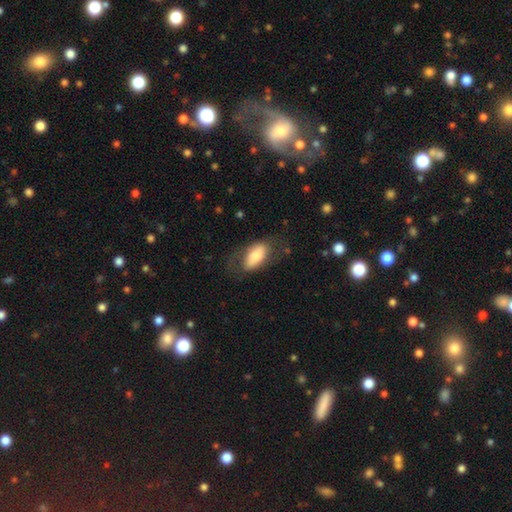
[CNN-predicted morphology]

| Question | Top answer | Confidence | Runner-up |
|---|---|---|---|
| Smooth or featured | smooth | 67% | featured or disk (27%) |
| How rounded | in between | 89% | cigar-shaped (7%) |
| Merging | none | 58% | minor disturbance (23%) |